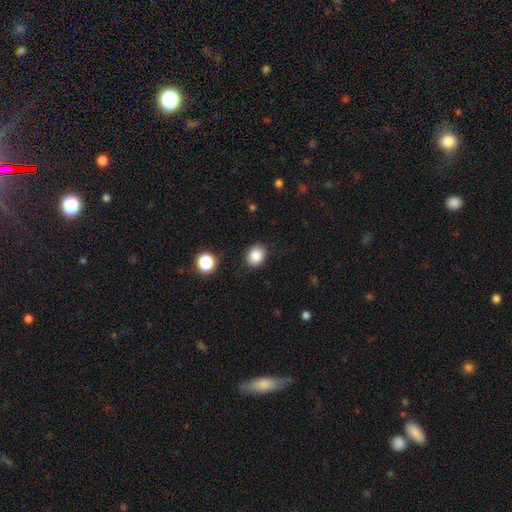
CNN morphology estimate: This appears to be a smooth galaxy with no disk features (86%) that is in between round and cigar-shaped (52%). Merging: none (86%).